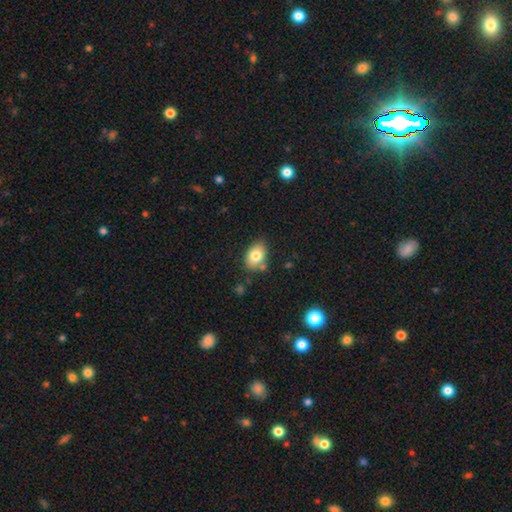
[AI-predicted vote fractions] This is likely a smooth galaxy (80%). How rounded: clearly in between (80%). Merging: likely none (73%).